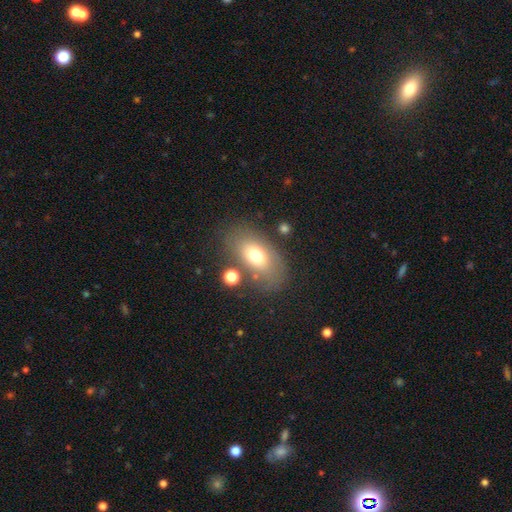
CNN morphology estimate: This appears to be a smooth galaxy with no disk features (68%) that is in between round and cigar-shaped (88%). Merging: none (73%).